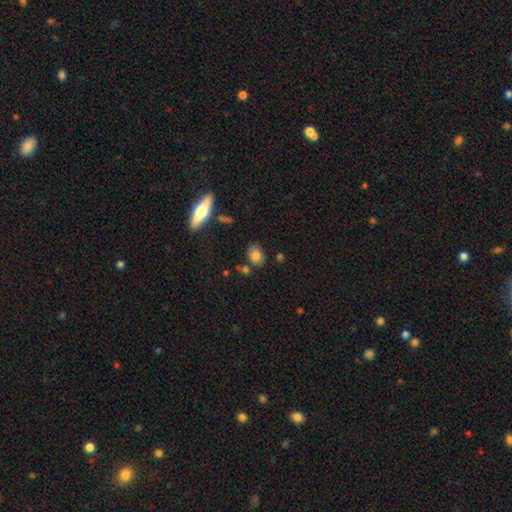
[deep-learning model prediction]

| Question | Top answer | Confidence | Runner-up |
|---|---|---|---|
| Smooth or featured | smooth | 79% | featured or disk (11%) |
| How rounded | in between | 73% | round (25%) |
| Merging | none | 76% | minor disturbance (15%) |